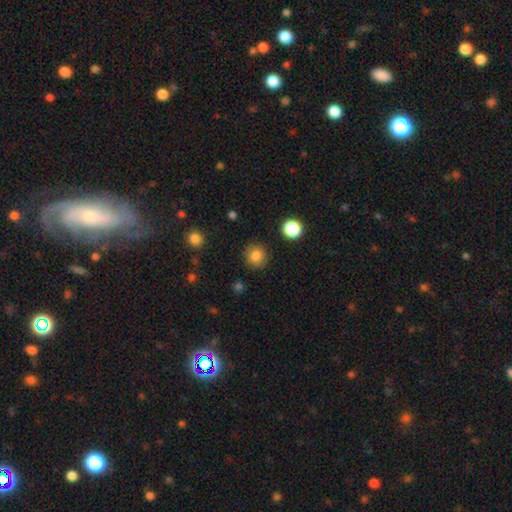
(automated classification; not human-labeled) Smooth or featured?
  - smooth: 84% *
  - star or artifact: 10%
  - featured or disk: 6%
How rounded?
  - round: 91% *
  - in between: 8%
  - cigar-shaped: 1%
Merging?
  - none: 88% *
  - minor disturbance: 8%
  - major disturbance: 3%
  - merger: 2%